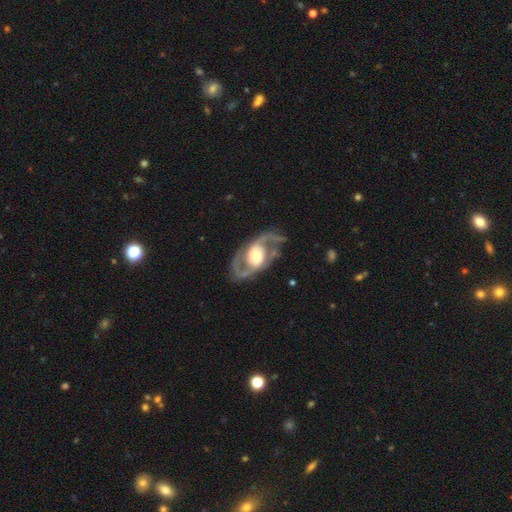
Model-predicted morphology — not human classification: Smooth or featured: featured or disk — 85% (smooth — 11%)
Edge-on disk: no — 95% (yes — 5%)
Bar: no — 55% (weak — 28%)
Spiral arms: yes — 84% (no — 16%)
Spiral winding: medium — 52% (loose — 30%)
Spiral arm count: 2 — 90% (can't tell — 4%)
Bulge size: moderate — 52% (large — 30%)
Merging: none — 74% (minor disturbance — 13%)